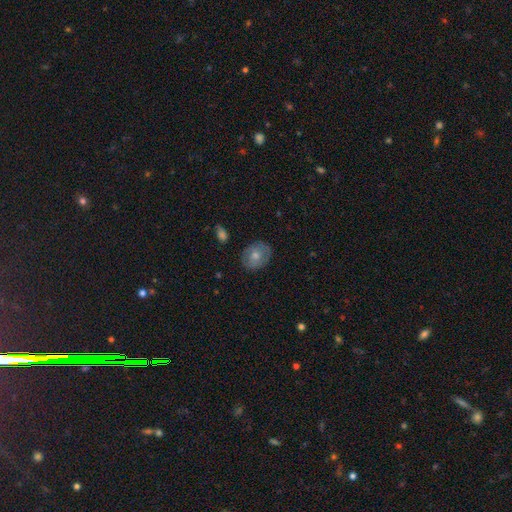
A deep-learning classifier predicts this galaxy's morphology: type=smooth (61%); roundness=in between (50%); merging=none (81%).